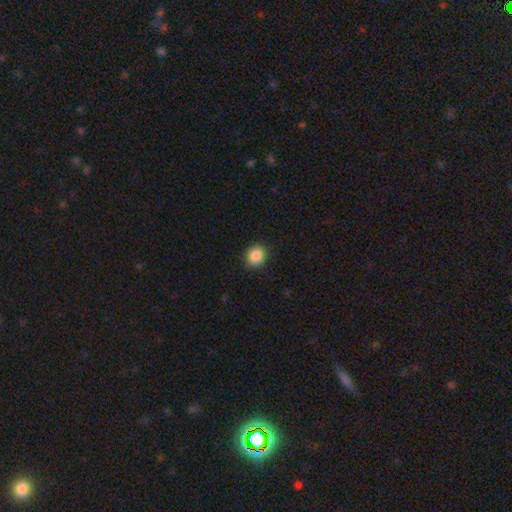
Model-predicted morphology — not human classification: This is clearly a smooth galaxy (88%). How rounded: likely round (75%). Merging: clearly none (89%).